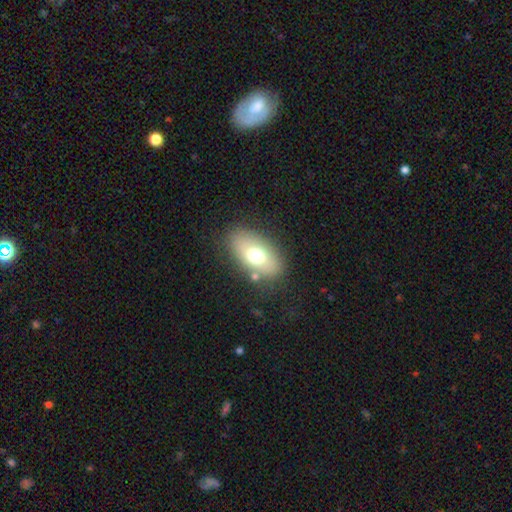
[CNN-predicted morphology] Overall: smooth (68%). How rounded: in between (89%). Merging: none (80%).